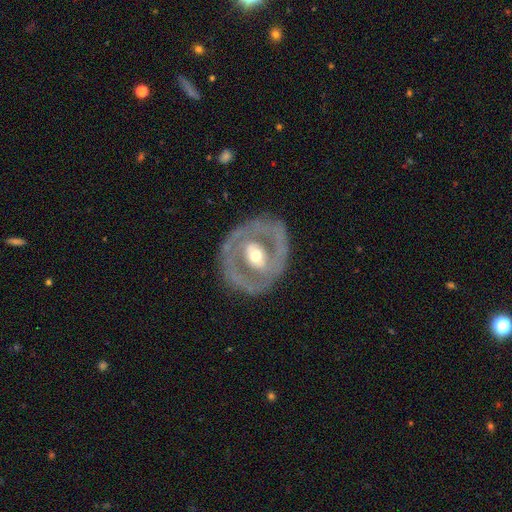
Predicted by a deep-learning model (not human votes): Smooth or featured: featured or disk — 74% (smooth — 22%)
Edge-on disk: no — 95% (yes — 5%)
Bar: no — 43% (weak — 33%)
Spiral arms: no — 63% (yes — 37%)
Bulge size: moderate — 69% (small — 19%)
Merging: none — 78% (minor disturbance — 13%)